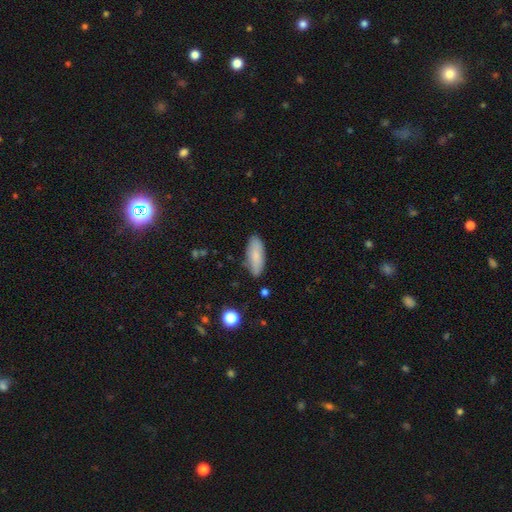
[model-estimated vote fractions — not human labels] Smooth or featured? Predicted: smooth (p=0.79). How rounded? Predicted: in between (p=0.74). Merging? Predicted: none (p=0.79).